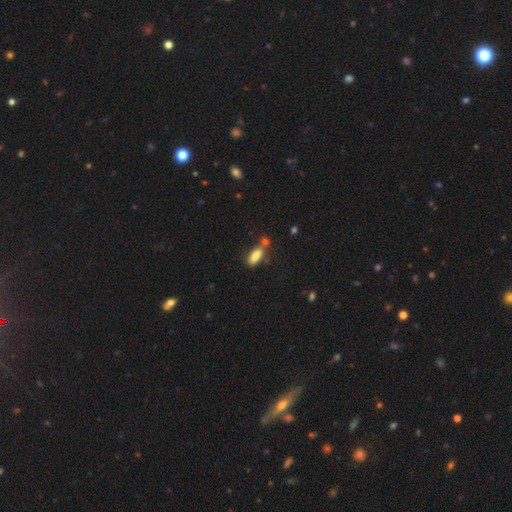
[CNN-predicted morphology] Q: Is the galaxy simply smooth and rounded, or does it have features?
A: smooth — 85%.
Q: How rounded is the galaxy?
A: in between — 80%.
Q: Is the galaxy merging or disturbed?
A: none — 58%.